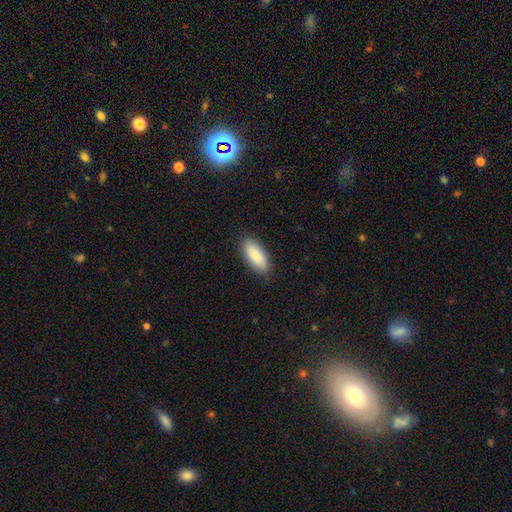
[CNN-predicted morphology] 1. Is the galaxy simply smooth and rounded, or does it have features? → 87% smooth, 7% featured or disk, 6% star or artifact.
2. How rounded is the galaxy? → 86% in between, 12% cigar-shaped, 2% round.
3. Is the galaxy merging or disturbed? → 87% none, 10% minor disturbance, 2% major disturbance, 1% merger.